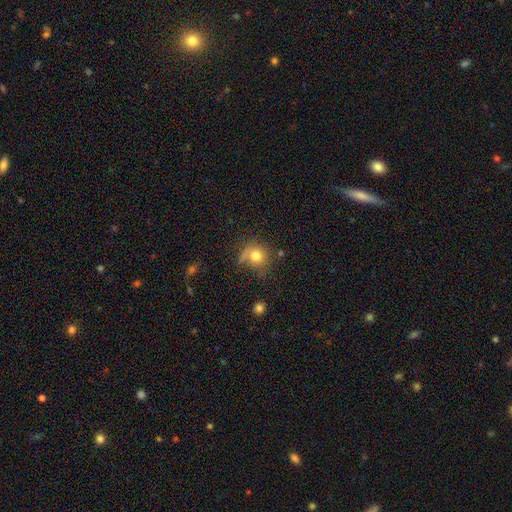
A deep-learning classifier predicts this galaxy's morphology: smooth-or-featured: smooth: 75% | featured or disk: 14% | star or artifact: 11%
  how-rounded: round: 80% | in between: 18% | cigar-shaped: 1%
  merging: none: 52% | minor disturbance: 24% | major disturbance: 17% | merger: 7%